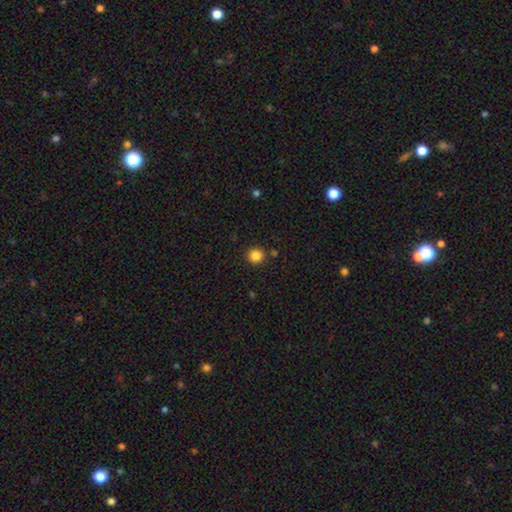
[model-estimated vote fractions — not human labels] smooth 85%, star or artifact 11%, featured or disk 3%. Down the decision tree: how rounded — round (93%); merging — none (89%).